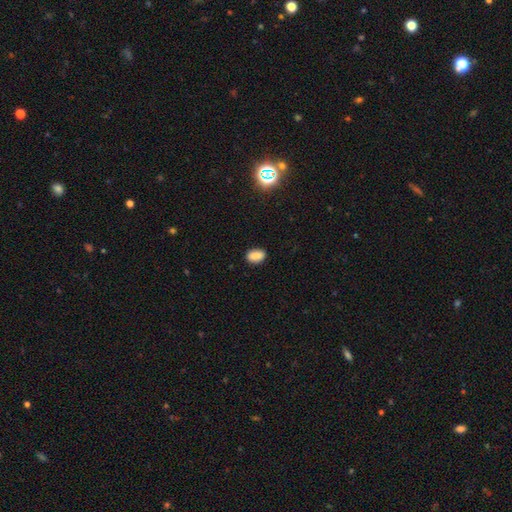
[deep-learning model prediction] Smooth or featured: smooth — 86% (star or artifact — 10%)
How rounded: in between — 86% (round — 12%)
Merging: none — 87% (minor disturbance — 10%)